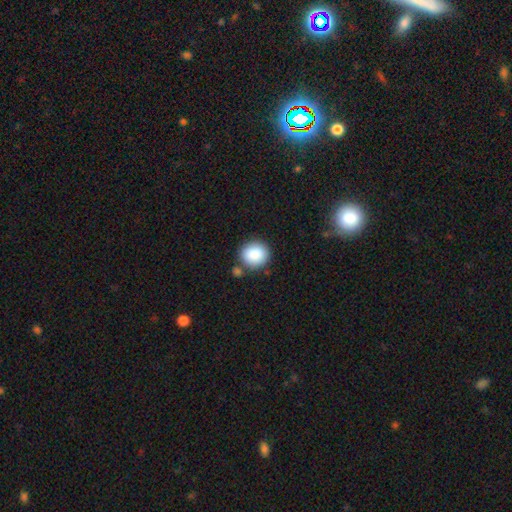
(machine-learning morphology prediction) type=smooth (88%); roundness=round (84%); merging=none (77%).